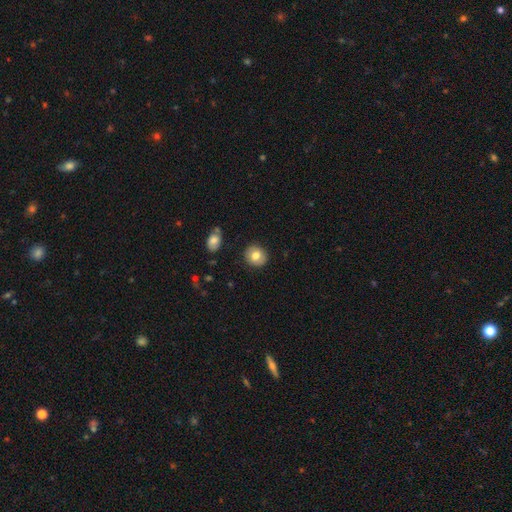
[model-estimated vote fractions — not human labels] smooth 78%, featured or disk 14%, star or artifact 8%. Down the decision tree: how rounded — round (82%); merging — none (88%).